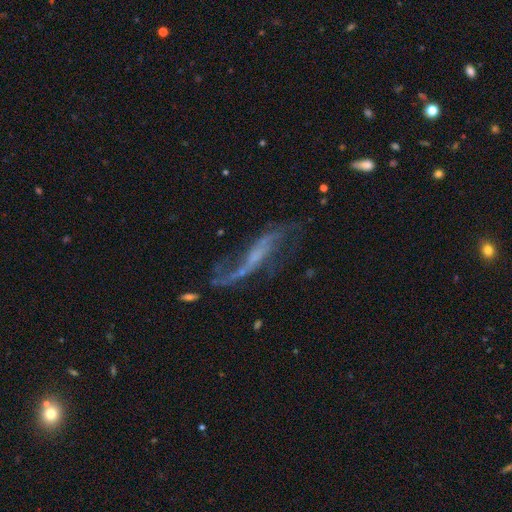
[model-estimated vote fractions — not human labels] featured or disk 79%, smooth 11%, star or artifact 9%. Down the decision tree: edge-on disk — no (76%); bar — no (40%); spiral arms — yes (85%); spiral arm count — 2 (81%); spiral winding — loose (84%); bulge size — small (47%); merging — none (48%).